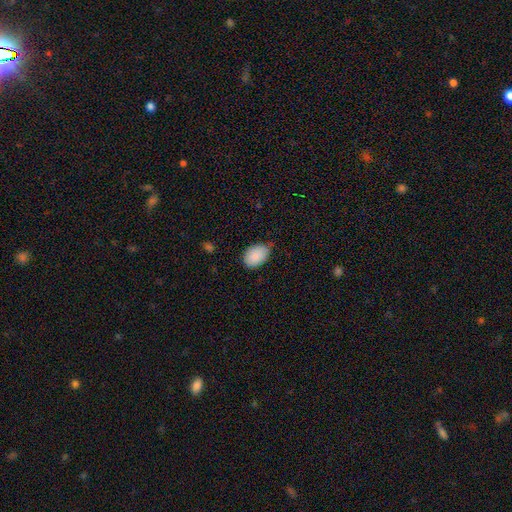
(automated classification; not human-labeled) smooth 89%, star or artifact 7%, featured or disk 4%. Down the decision tree: how rounded — in between (86%); merging — none (60%).